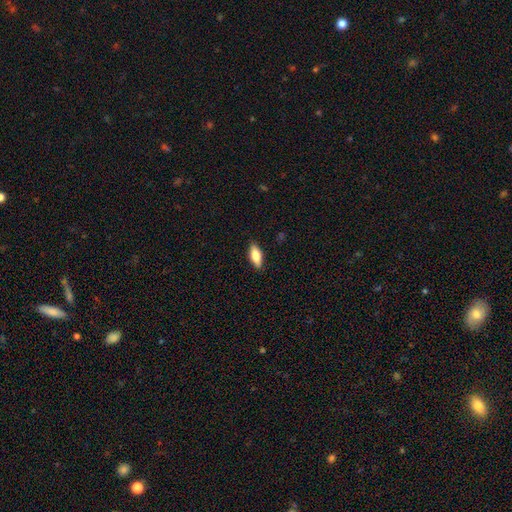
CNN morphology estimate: Smooth or featured? Predicted: smooth (p=0.77). How rounded? Predicted: in between (p=0.77). Merging? Predicted: none (p=0.87).